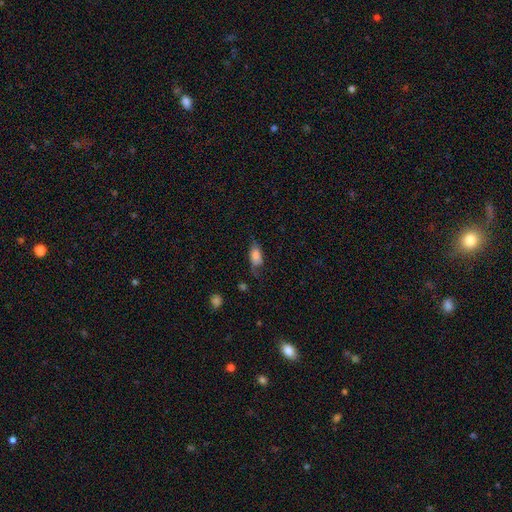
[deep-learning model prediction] Overall: smooth (74%). How rounded: in between (85%). Merging: none (55%; minor disturbance 30%).